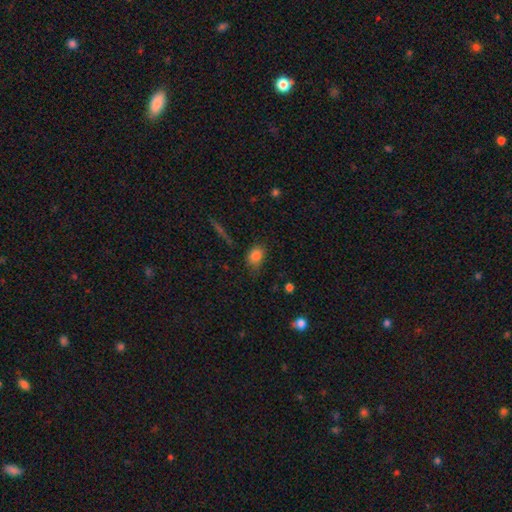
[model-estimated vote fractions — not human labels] This is clearly a smooth galaxy (82%). How rounded: likely in between (68%). Merging: likely none (60%).